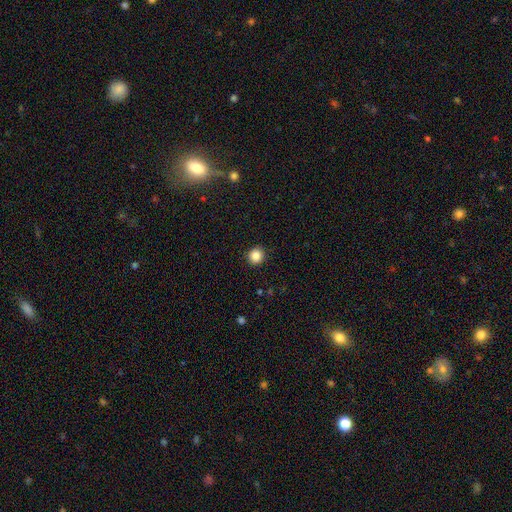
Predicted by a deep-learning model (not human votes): This appears to be a smooth galaxy with no disk features (86%) that is round (92%). Merging: none (92%).